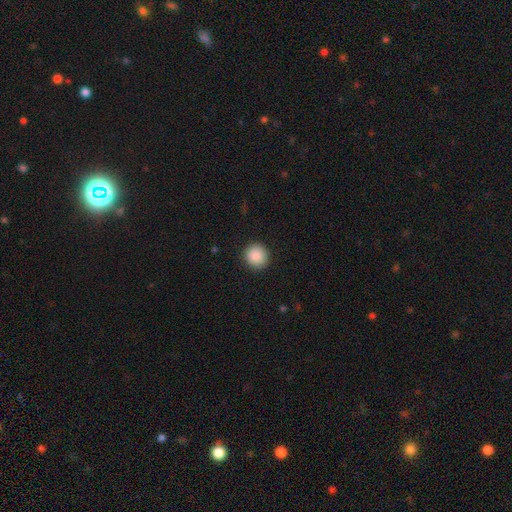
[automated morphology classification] Q: Smooth or featured?
A: smooth (89%); runner-up: star or artifact (8%)
Q: How rounded?
A: round (93%); runner-up: in between (6%)
Q: Merging?
A: none (92%); runner-up: minor disturbance (6%)